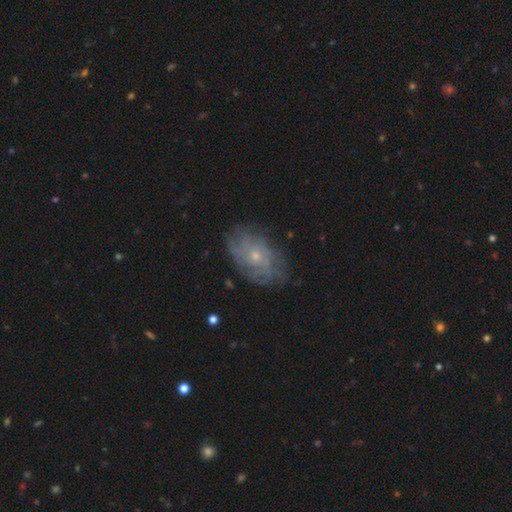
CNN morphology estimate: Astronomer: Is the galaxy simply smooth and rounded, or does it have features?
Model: featured or disk — 66%.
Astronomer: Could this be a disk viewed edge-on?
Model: no — 96%.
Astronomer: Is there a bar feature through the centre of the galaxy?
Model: no — 83%.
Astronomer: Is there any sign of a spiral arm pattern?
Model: yes — 80%.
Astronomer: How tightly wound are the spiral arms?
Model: tight — 55% (runner-up: medium, 30%).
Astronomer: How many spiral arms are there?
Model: can't tell — 59%.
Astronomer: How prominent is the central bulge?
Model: small — 68%.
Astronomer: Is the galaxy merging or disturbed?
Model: none — 75%.